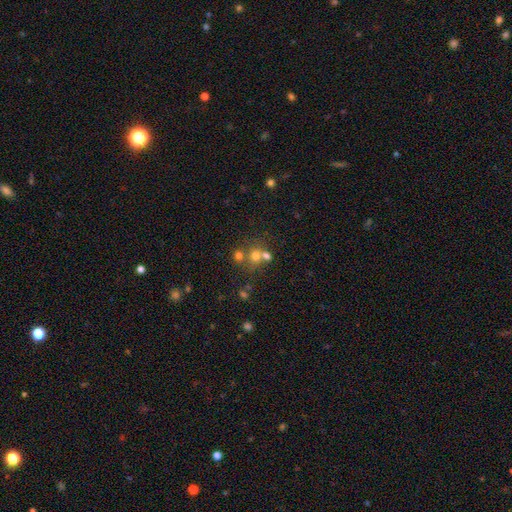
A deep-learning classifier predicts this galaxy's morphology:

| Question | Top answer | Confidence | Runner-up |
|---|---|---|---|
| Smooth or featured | smooth | 65% | star or artifact (20%) |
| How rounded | round | 82% | in between (17%) |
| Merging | none | 48% | merger (39%) |